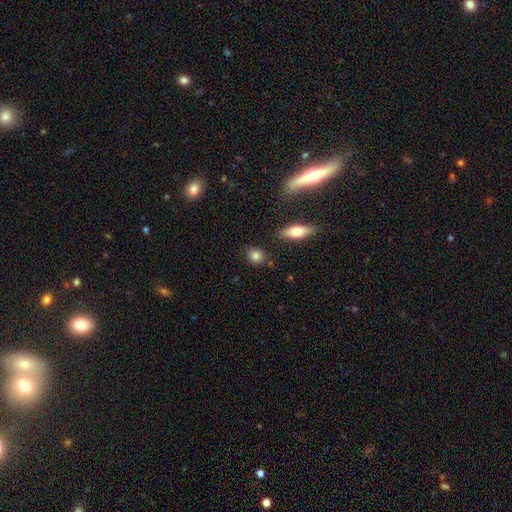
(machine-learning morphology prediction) type=smooth (85%); roundness=round (73%); merging=none (83%).